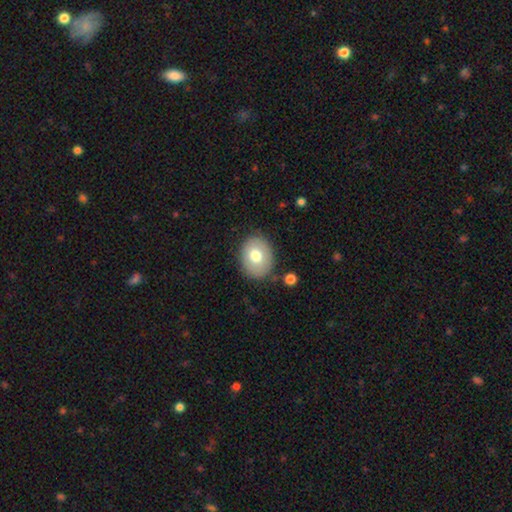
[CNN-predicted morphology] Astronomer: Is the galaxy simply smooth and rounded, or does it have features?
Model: smooth — 73%.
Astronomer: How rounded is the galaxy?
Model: in between — 56% (runner-up: round, 43%).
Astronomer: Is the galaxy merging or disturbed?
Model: none — 83%.